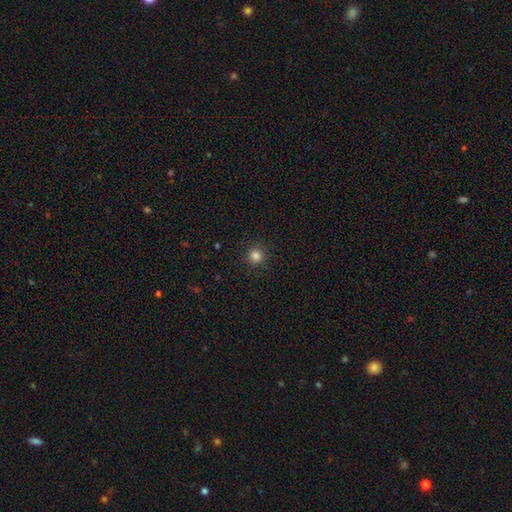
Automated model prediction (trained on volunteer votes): Smooth or featured?
  - smooth: 84% *
  - star or artifact: 13%
  - featured or disk: 4%
How rounded?
  - round: 93% *
  - in between: 6%
  - cigar-shaped: 1%
Merging?
  - none: 91% *
  - minor disturbance: 6%
  - major disturbance: 2%
  - merger: 1%